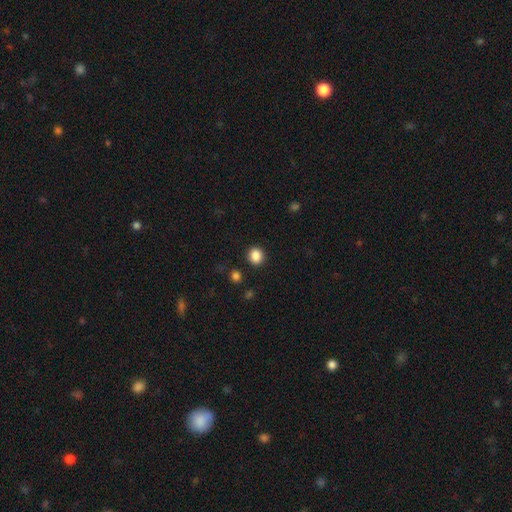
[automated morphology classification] The model was most divided on "how rounded": round: 82%, in between: 17%, cigar-shaped: 1%. More confident: merging — none (89%); smooth or featured — smooth (87%).